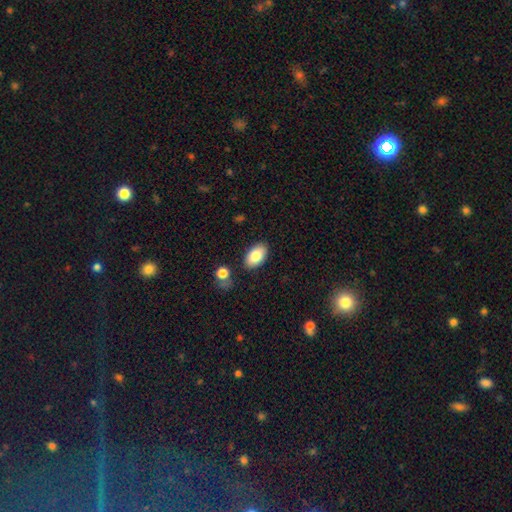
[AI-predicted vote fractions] A smooth galaxy with no disk features (82%) that is in between round and cigar-shaped (93%). Merging: none (85%).